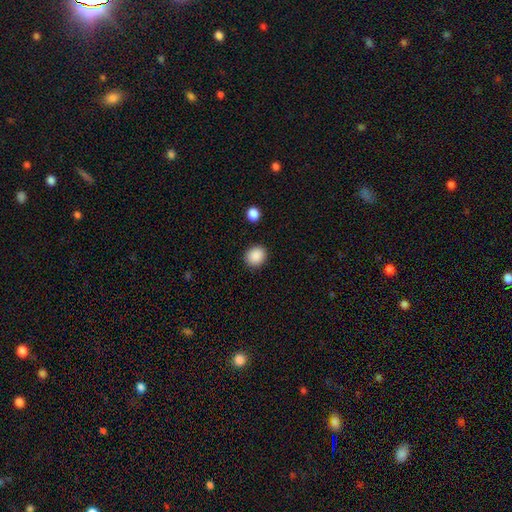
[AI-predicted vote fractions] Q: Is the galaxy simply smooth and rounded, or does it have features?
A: smooth — 89%.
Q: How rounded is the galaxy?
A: round — 74%.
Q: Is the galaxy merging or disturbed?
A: none — 89%.